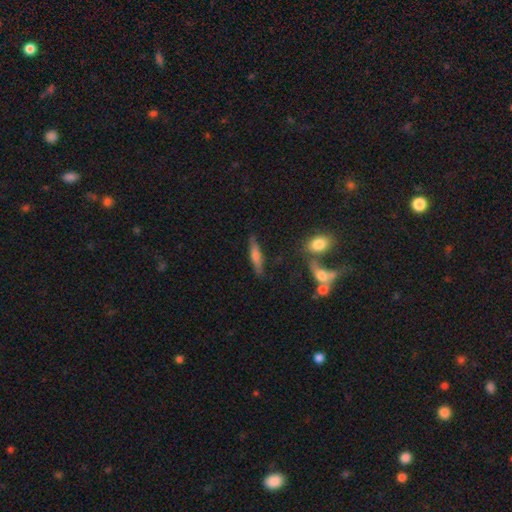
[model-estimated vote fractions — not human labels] Smooth or featured? smooth (55%)
How rounded? cigar-shaped (81%)
Merging? none (82%)